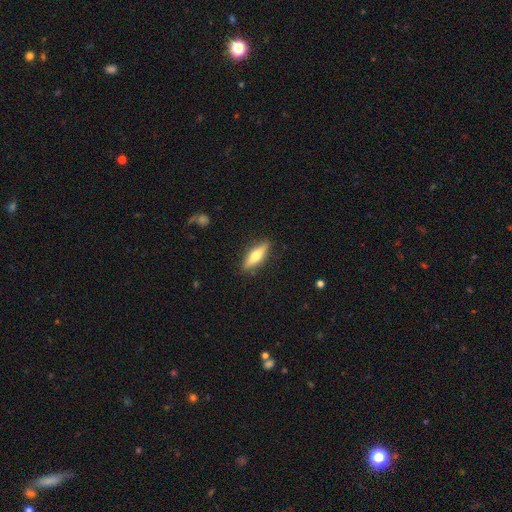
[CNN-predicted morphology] Q: Smooth or featured?
A: smooth (49%); runner-up: featured or disk (45%)
Q: Merging?
A: none (88%); runner-up: minor disturbance (9%)